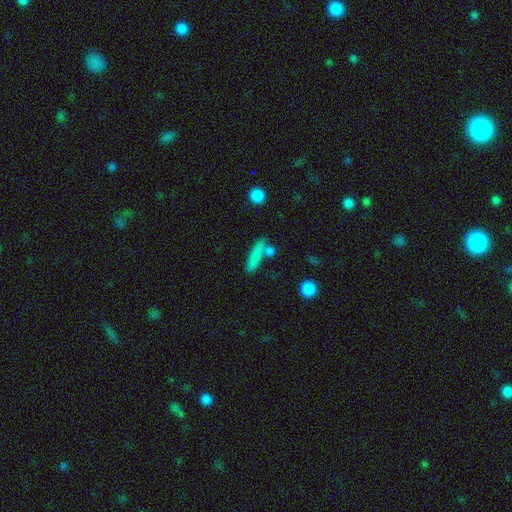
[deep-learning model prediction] smooth_or_featured: smooth (p=0.77) [alt: featured or disk p=0.15]
how_rounded: cigar-shaped (p=0.78) [alt: in between p=0.17]
merging: none (p=0.64) [alt: merger p=0.18]